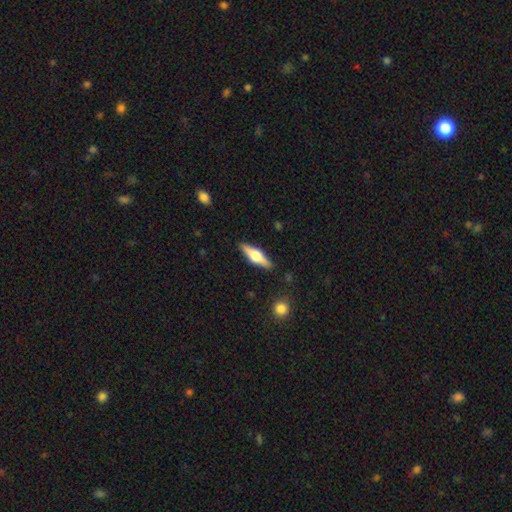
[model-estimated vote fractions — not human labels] A featured or disk galaxy (59%) viewed edge-on (96%) with a rounded central bulge (92%). Merging: none (89%).